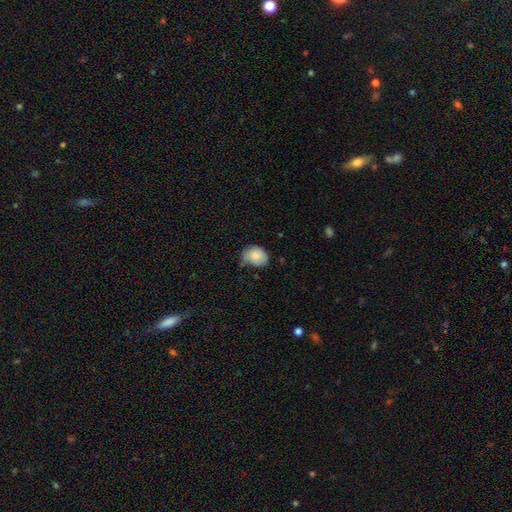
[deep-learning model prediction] A smooth galaxy with no disk features (82%) that is in between round and cigar-shaped (53%).

Vote fractions:
- Smooth or featured? smooth: 82% / featured or disk: 10% / star or artifact: 8%
- How rounded? in between: 53% / round: 46% / cigar-shaped: 1%
- Merging? minor disturbance: 43% / none: 42% / major disturbance: 11% / merger: 3%